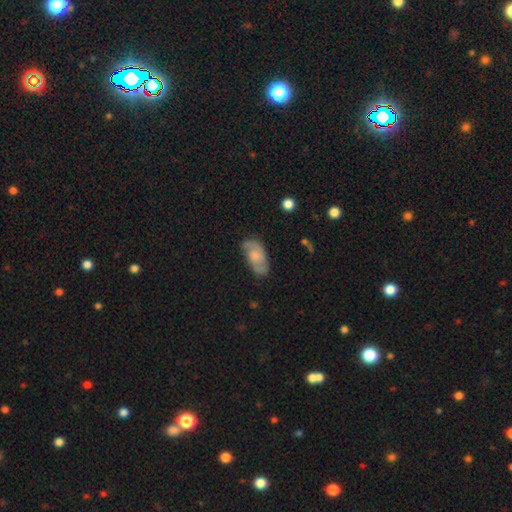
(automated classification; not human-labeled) Smooth or featured: featured or disk — 53% (smooth — 40%)
Edge-on disk: no — 92% (yes — 8%)
Merging: none — 71% (minor disturbance — 21%)